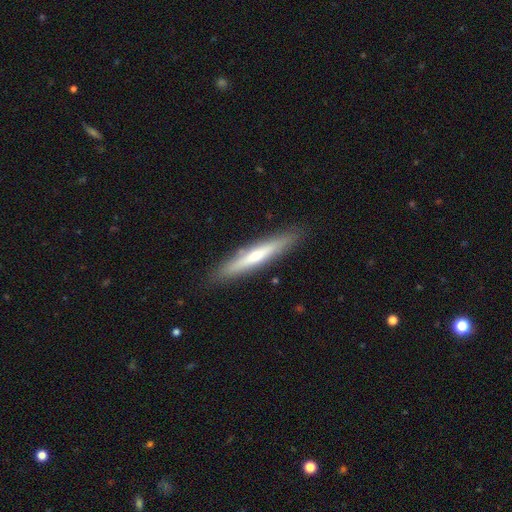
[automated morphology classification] Smooth or featured: featured or disk — 54% (smooth — 40%)
Edge-on disk: yes — 91% (no — 9%)
Merging: none — 90% (minor disturbance — 7%)